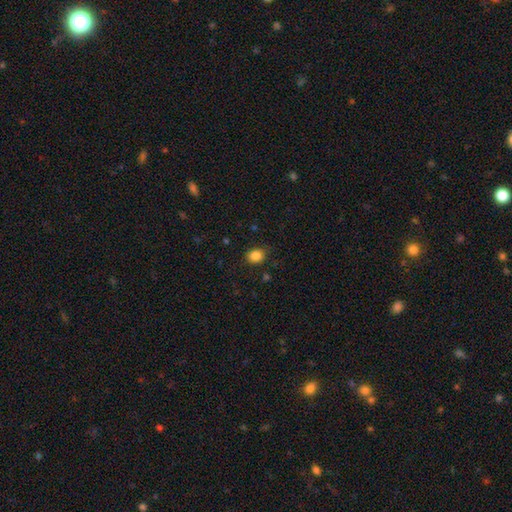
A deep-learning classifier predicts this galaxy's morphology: smooth_or_featured: smooth (p=0.85) [alt: star or artifact p=0.10]
how_rounded: round (p=0.60) [alt: in between p=0.39]
merging: none (p=0.84) [alt: minor disturbance p=0.12]